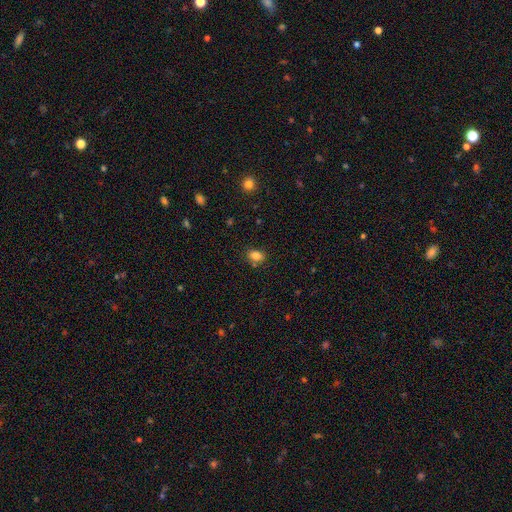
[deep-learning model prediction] The model was most divided on "how rounded": in between: 75%, round: 24%, cigar-shaped: 1%. More confident: smooth or featured — smooth (83%); merging — none (75%).